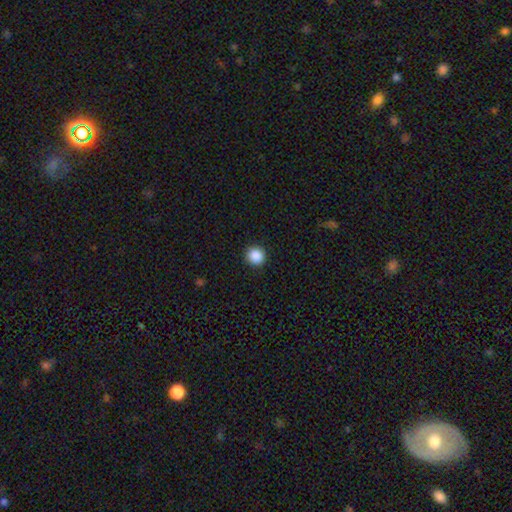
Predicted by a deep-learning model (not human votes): Morphology: type=smooth (88%); roundness=round (93%); merging=none (92%).